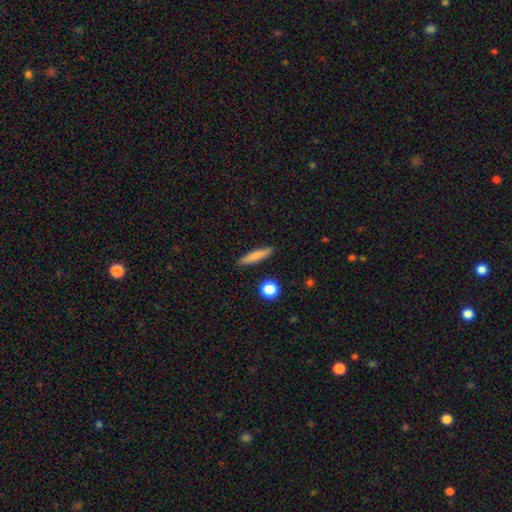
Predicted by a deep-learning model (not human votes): smooth-or-featured: smooth: 78% | featured or disk: 14% | star or artifact: 8%
  how-rounded: cigar-shaped: 86% | in between: 11% | round: 2%
  merging: none: 89% | minor disturbance: 7% | major disturbance: 2% | merger: 2%